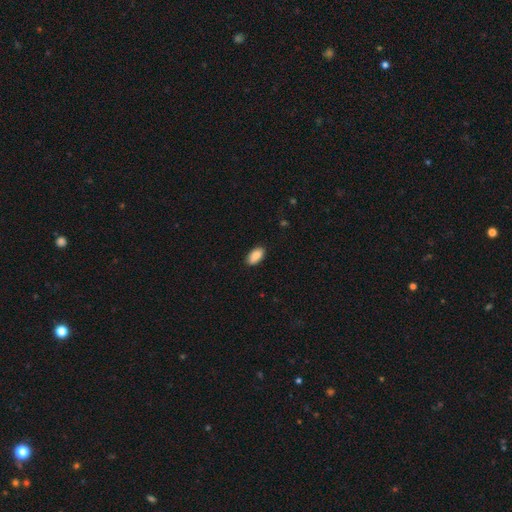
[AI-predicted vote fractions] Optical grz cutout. It shows a smooth galaxy with no disk features (89%) that is in between round and cigar-shaped (93%). Merging: none (88%).